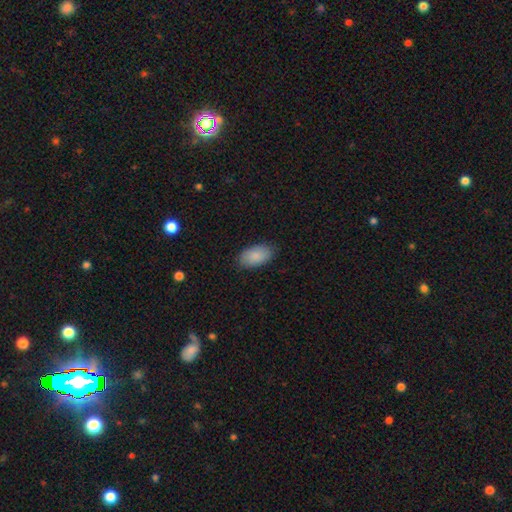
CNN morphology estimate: Smooth or featured? smooth (89%)
How rounded? in between (95%)
Merging? none (85%)